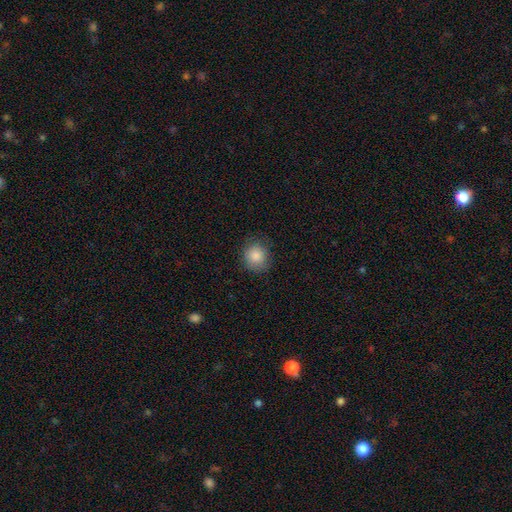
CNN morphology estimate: A smooth galaxy with no disk features (86%) that is round (78%).

Vote fractions:
- Smooth or featured? smooth: 86% / star or artifact: 9% / featured or disk: 5%
- How rounded? round: 78% / in between: 21% / cigar-shaped: 1%
- Merging? none: 80% / minor disturbance: 16% / major disturbance: 4% / merger: 1%